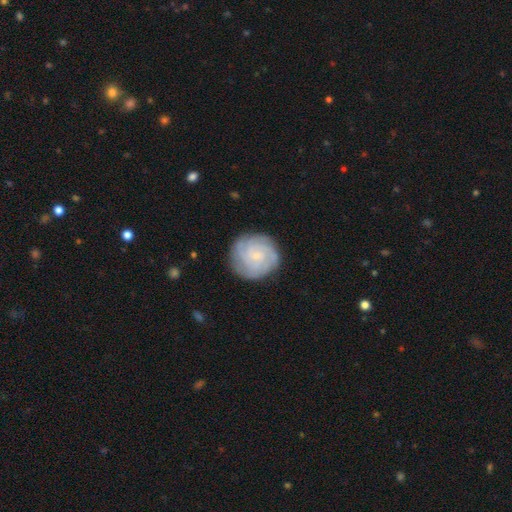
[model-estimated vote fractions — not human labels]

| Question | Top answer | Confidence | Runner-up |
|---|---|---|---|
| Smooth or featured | featured or disk | 72% | smooth (22%) |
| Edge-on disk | no | 98% | yes (2%) |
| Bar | no | 66% | weak (30%) |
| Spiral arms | yes | 95% | no (5%) |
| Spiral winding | tight | 72% | medium (23%) |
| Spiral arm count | can't tell | 30% | 4 (25%) |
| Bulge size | small | 69% | moderate (16%) |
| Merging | none | 82% | minor disturbance (13%) |